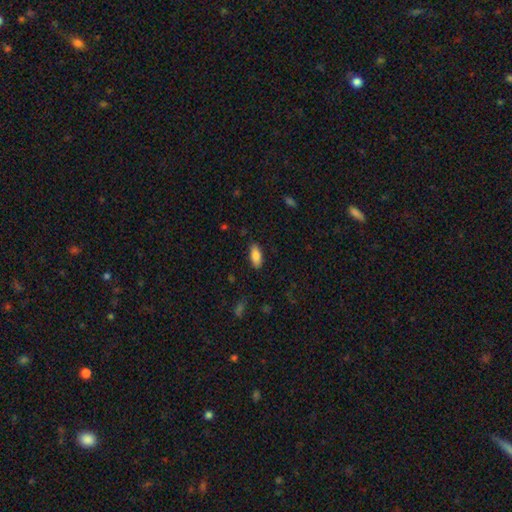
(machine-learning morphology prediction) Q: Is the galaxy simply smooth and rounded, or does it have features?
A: smooth — 86%.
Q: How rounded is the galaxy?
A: in between — 83%.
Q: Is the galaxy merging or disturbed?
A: none — 86%.